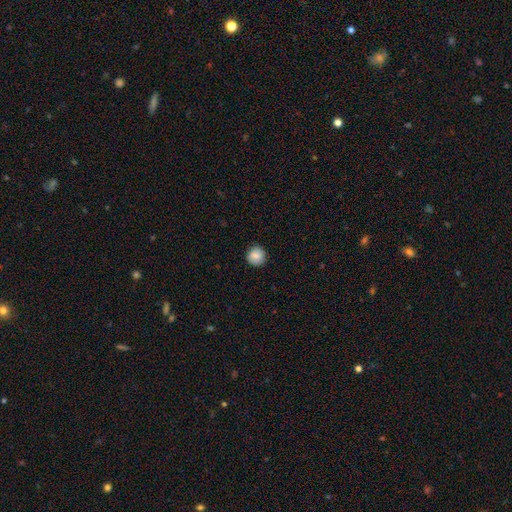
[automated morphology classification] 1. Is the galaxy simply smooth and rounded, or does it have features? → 85% smooth, 8% star or artifact, 7% featured or disk.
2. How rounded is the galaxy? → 92% round, 7% in between, 1% cigar-shaped.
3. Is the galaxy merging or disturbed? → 87% none, 10% minor disturbance, 2% major disturbance, 1% merger.